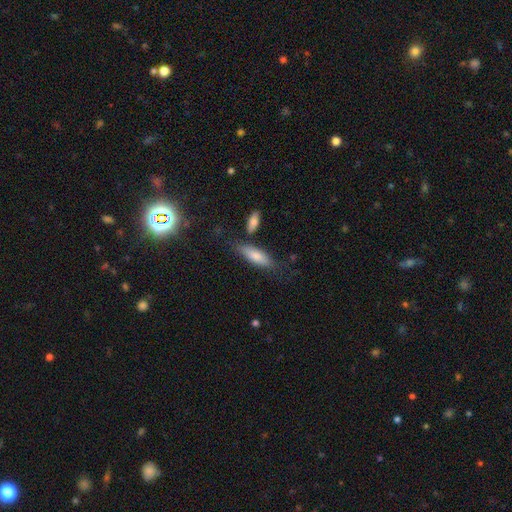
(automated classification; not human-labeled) The model was most divided on "how rounded": in between: 55%, cigar-shaped: 42%, round: 3%. More confident: smooth or featured — smooth (71%); merging — none (69%).